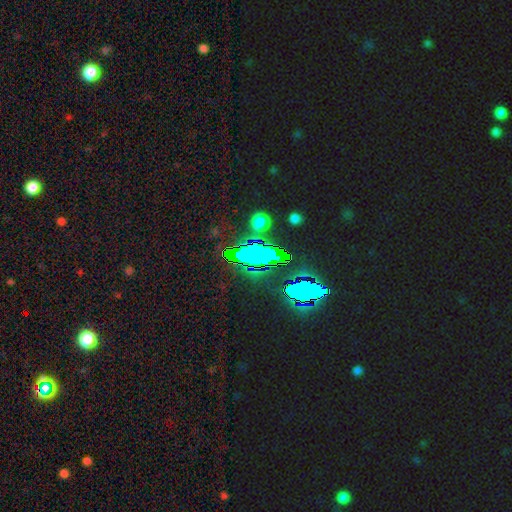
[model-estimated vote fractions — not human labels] Smooth or featured? star or artifact (63%)